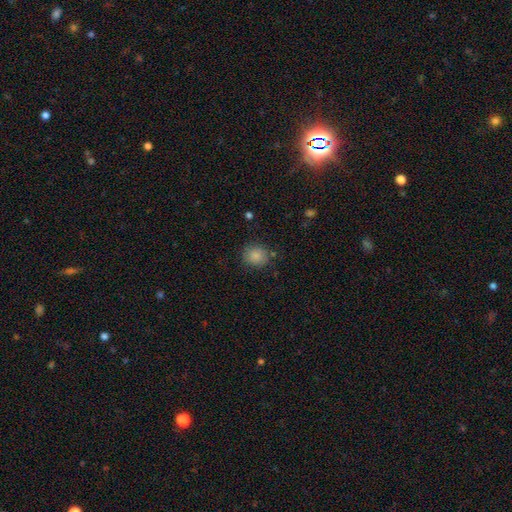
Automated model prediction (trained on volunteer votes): smooth-or-featured: smooth: 85% | star or artifact: 9% | featured or disk: 6%
  how-rounded: round: 83% | in between: 16% | cigar-shaped: 1%
  merging: none: 82% | minor disturbance: 12% | major disturbance: 4% | merger: 2%